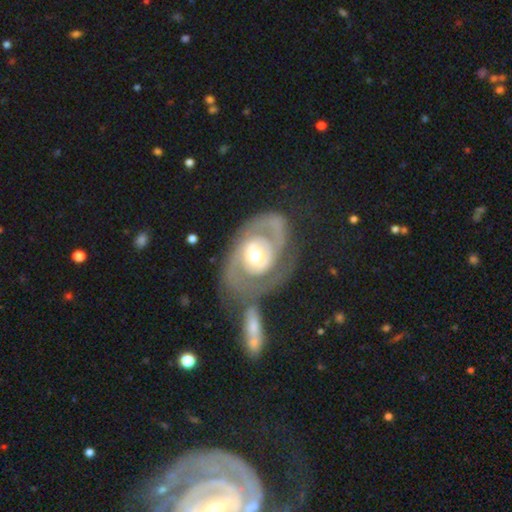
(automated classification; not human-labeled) smooth-or-featured: featured or disk: 83% | smooth: 13% | star or artifact: 4%
  disk-edge-on: no: 96% | yes: 4%
    bar: no: 75% | weak: 18% | strong: 7%
    has-spiral-arms: yes: 79% | no: 21%
      spiral-winding: tight: 60% | medium: 28% | loose: 12%
      spiral-arm-count: 2: 54% | can't tell: 20% | 1: 16% | 3: 5% | 4: 2% | more than 4: 2%
    bulge-size: moderate: 71% | small: 15% | large: 12% | dominant: 1% | none: 1%
  merging: none: 42% | merger: 23% | major disturbance: 18% | minor disturbance: 17%